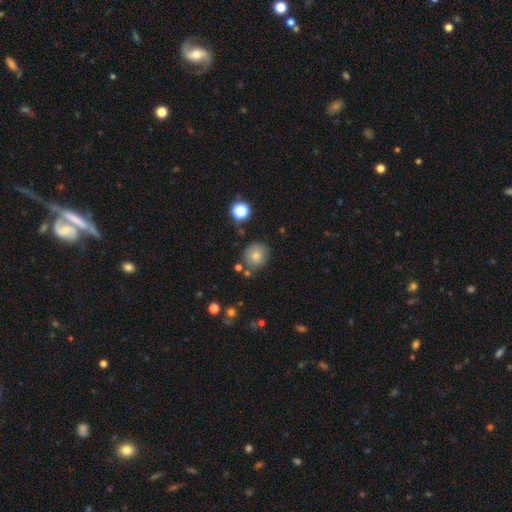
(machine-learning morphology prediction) The model was most divided on "merging": none: 73%, minor disturbance: 16%, merger: 7%, major disturbance: 4%. More confident: how rounded — round (85%); smooth or featured — smooth (75%).